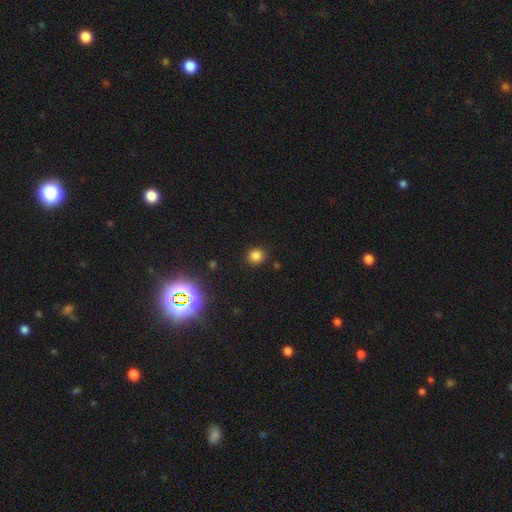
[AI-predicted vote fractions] Morphology: type=smooth (80%); roundness=round (86%); merging=none (89%).